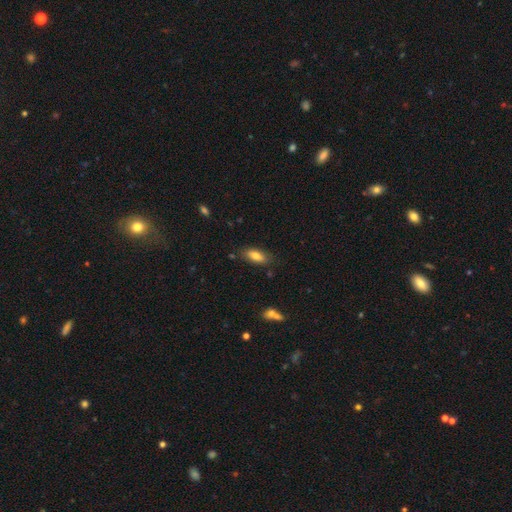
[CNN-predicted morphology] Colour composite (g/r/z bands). It shows a smooth galaxy with no disk features (80%) that is in between round and cigar-shaped (84%). Merging: none (80%).